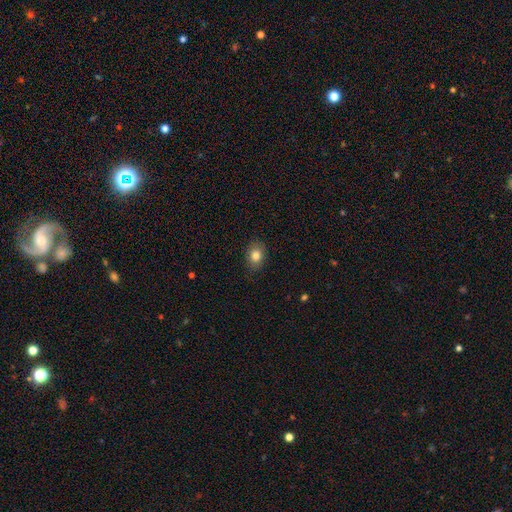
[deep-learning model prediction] Morphology: type=smooth (82%); roundness=in between (66%); merging=none (85%).